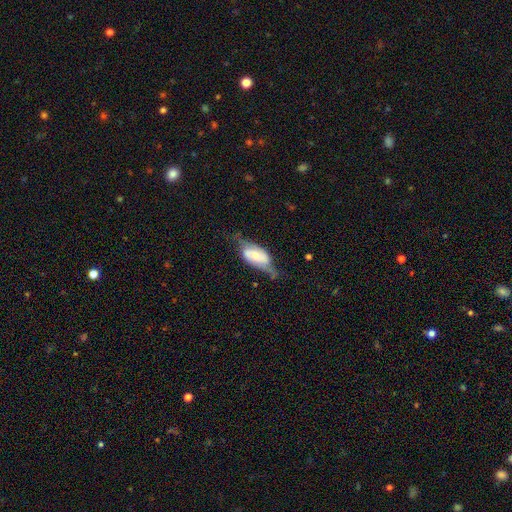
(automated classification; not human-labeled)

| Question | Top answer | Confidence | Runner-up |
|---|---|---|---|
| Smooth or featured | featured or disk | 56% | smooth (38%) |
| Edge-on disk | no | 78% | yes (22%) |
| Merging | none | 41% | minor disturbance (33%) |